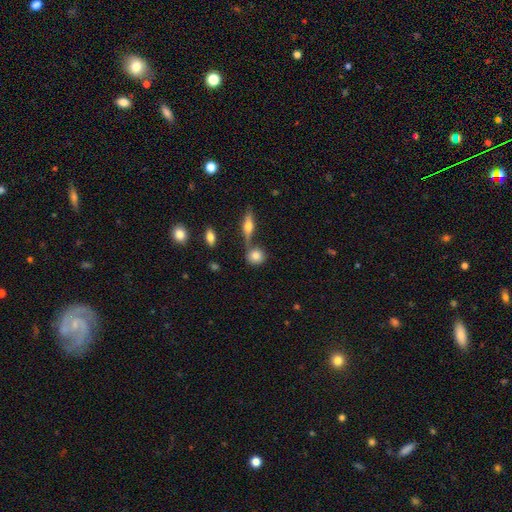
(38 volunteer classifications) Smooth or featured?
  - smooth: 74% *
  - featured or disk: 16%
  - star or artifact: 11%
How rounded?
  - round: 82% *
  - in between: 14%
  - cigar-shaped: 4%
Merging?
  - none: 56% *
  - merger: 26%
  - minor disturbance: 12%
  - major disturbance: 6%